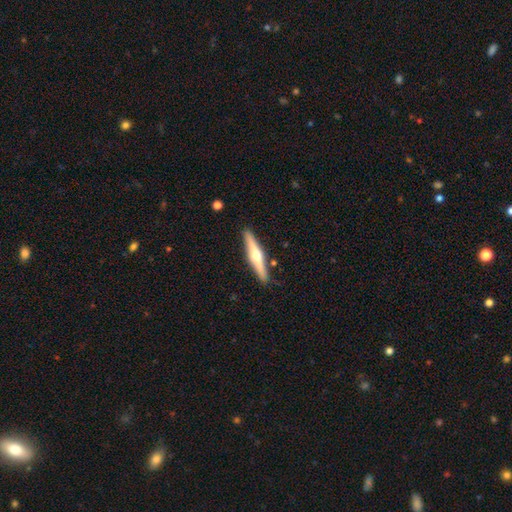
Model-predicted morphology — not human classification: The model was most divided on "smooth or featured": featured or disk: 65%, smooth: 30%, star or artifact: 5%. More confident: edge-on disk — yes (97%); edge-on bulge — rounded (93%); merging — none (89%).